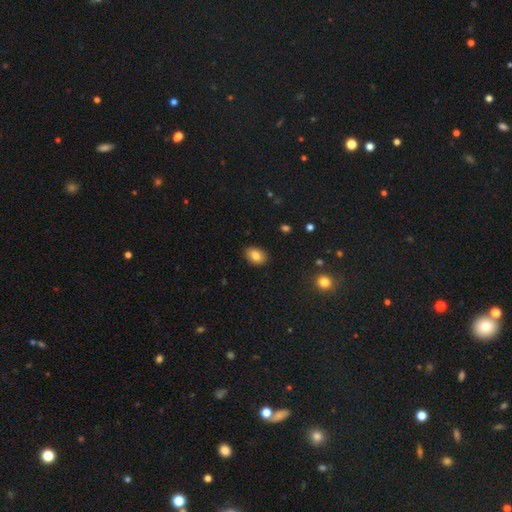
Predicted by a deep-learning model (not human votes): smooth_or_featured: smooth (p=0.83) [alt: star or artifact p=0.09]
how_rounded: in between (p=0.79) [alt: round p=0.20]
merging: none (p=0.88) [alt: minor disturbance p=0.09]